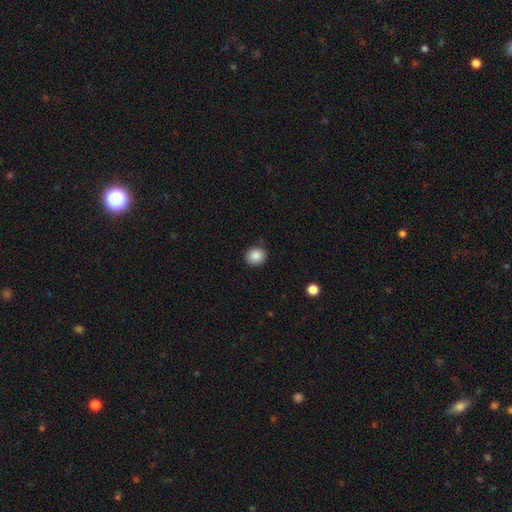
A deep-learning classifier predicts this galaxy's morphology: Q: Smooth or featured?
A: smooth (87%); runner-up: star or artifact (9%)
Q: How rounded?
A: round (83%); runner-up: in between (16%)
Q: Merging?
A: none (87%); runner-up: minor disturbance (9%)